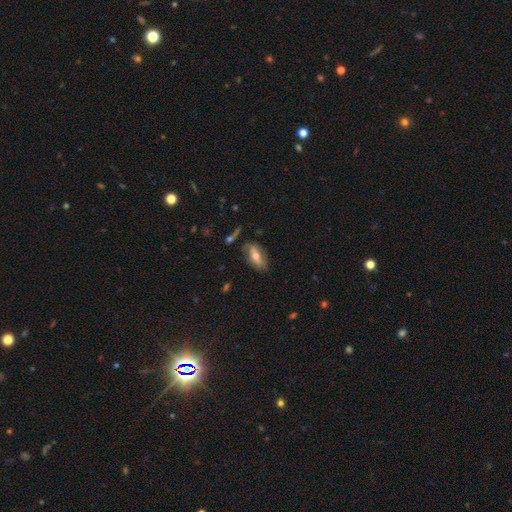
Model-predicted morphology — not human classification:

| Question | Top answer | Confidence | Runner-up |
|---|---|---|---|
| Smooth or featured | smooth | 50% | featured or disk (42%) |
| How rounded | in between | 86% | cigar-shaped (9%) |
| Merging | none | 68% | minor disturbance (21%) |